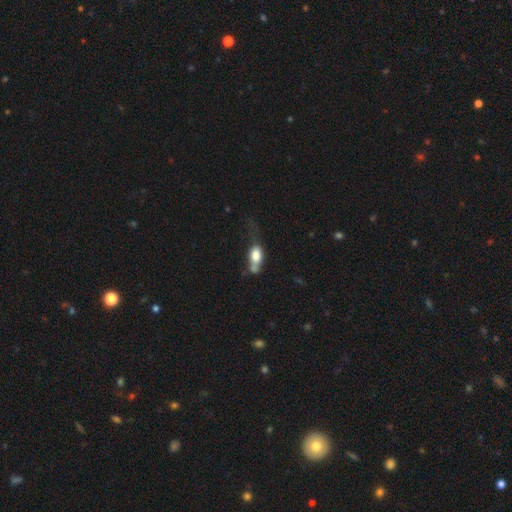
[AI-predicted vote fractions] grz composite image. It shows a smooth galaxy with no disk features (73%) that is in between round and cigar-shaped (80%). Merging: major disturbance (28%).